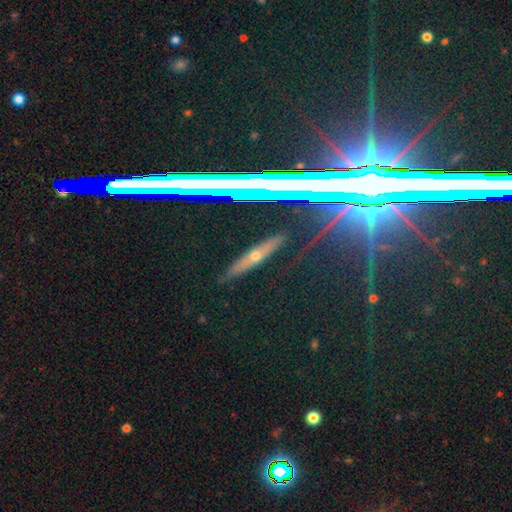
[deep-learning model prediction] smooth-or-featured: featured or disk: 40% | star or artifact: 35% | smooth: 25%
  merging: none: 87% | minor disturbance: 9% | major disturbance: 2% | merger: 2%